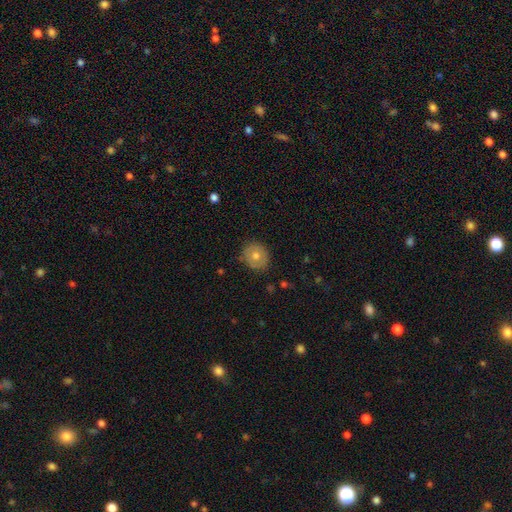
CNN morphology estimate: smooth-or-featured: smooth: 64% | featured or disk: 26% | star or artifact: 10%
  how-rounded: round: 80% | in between: 19% | cigar-shaped: 1%
  merging: none: 85% | minor disturbance: 11% | major disturbance: 2% | merger: 1%